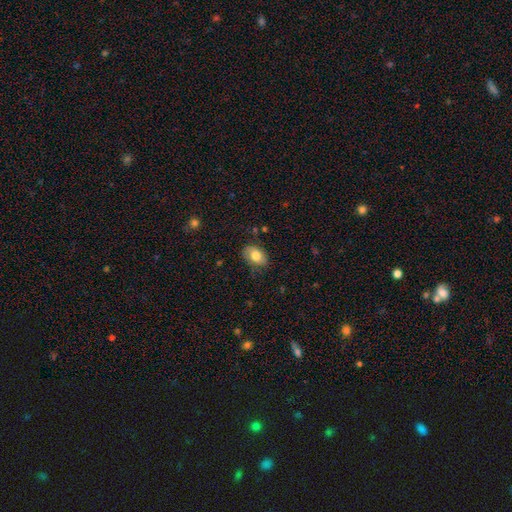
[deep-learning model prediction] A smooth galaxy with no disk features (75%) that is in between round and cigar-shaped (84%). Merging: none (74%).